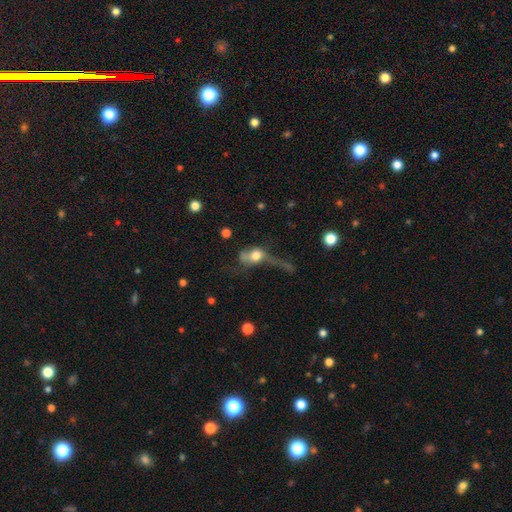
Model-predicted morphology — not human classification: A smooth galaxy with no disk features (55%) that is in between round and cigar-shaped (58%). Merging: major disturbance (56%).